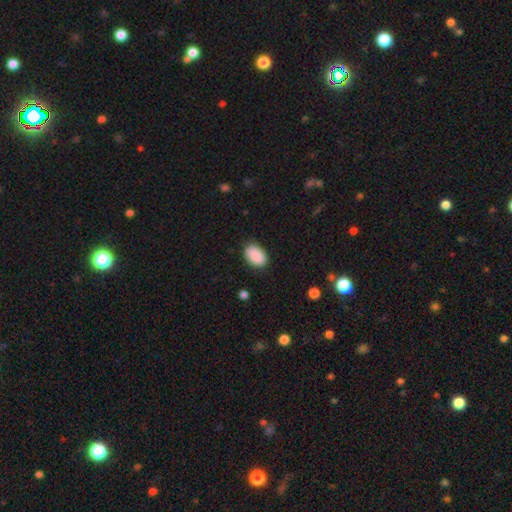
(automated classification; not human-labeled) Overall: smooth (90%). How rounded: in between (89%). Merging: none (86%).